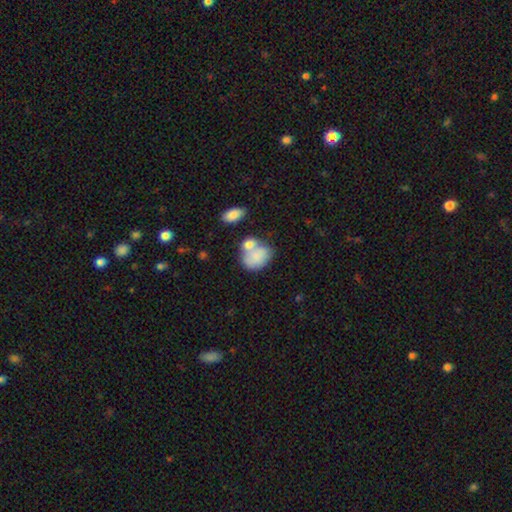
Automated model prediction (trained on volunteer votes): smooth 75%, featured or disk 18%, star or artifact 7%. Down the decision tree: how rounded — in between (58%); merging — merger (42%).